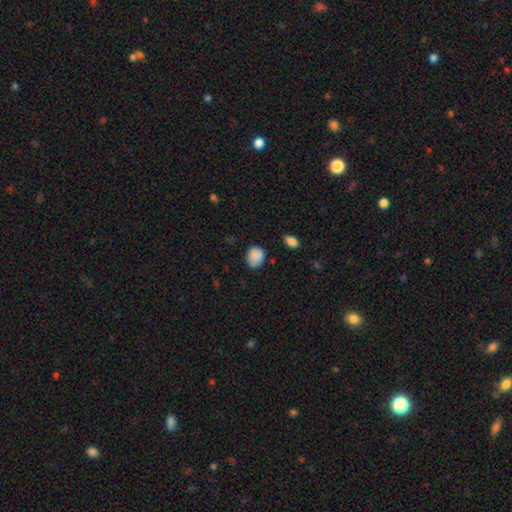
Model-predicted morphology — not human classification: This is clearly a smooth galaxy (88%). How rounded: possibly round (59%). Merging: likely none (71%).